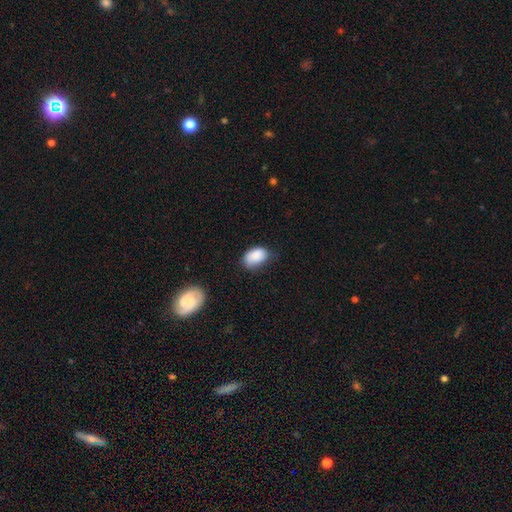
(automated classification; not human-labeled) smooth 86%, star or artifact 7%, featured or disk 7%. Down the decision tree: how rounded — in between (89%); merging — none (57%).